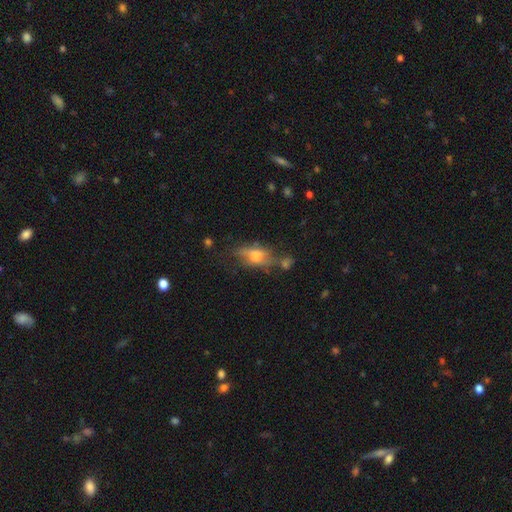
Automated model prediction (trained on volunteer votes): The model was most divided on "smooth or featured": featured or disk: 45%, smooth: 44%, star or artifact: 11%. More confident: merging — none (51%).